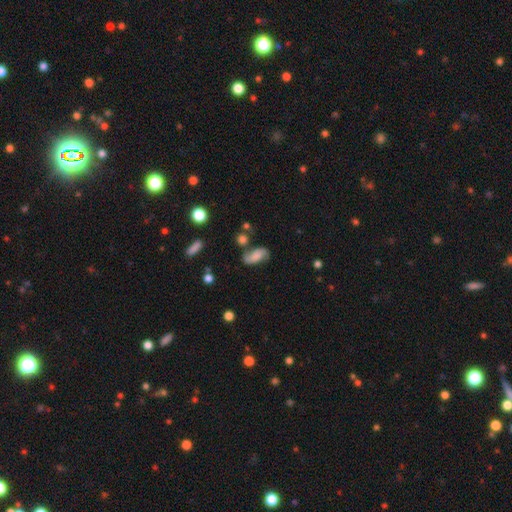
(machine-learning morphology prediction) smooth-or-featured: featured or disk: 51% | smooth: 39% | star or artifact: 11%
  disk-edge-on: no: 94% | yes: 6%
  merging: none: 56% | minor disturbance: 22% | major disturbance: 11% | merger: 11%